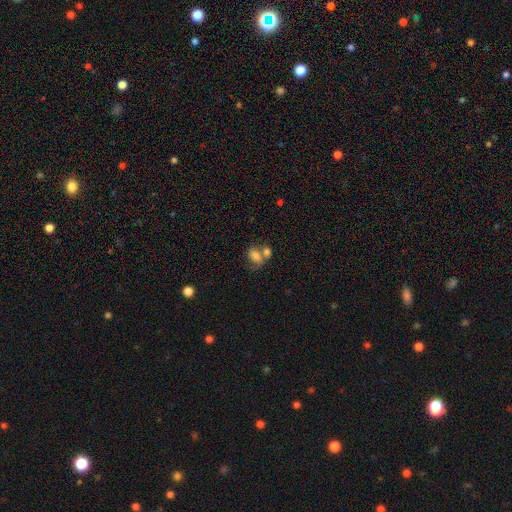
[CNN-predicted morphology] The model was most divided on "merging": merger: 47%, none: 31%, minor disturbance: 14%, major disturbance: 8%. More confident: how rounded — in between (72%); smooth or featured — smooth (69%).